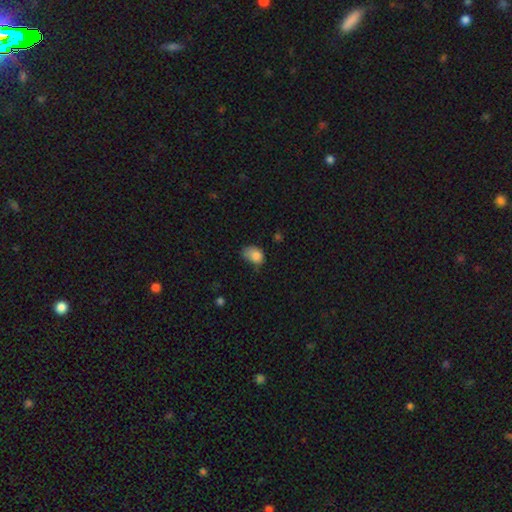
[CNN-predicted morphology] smooth_or_featured: smooth (p=0.82) [alt: star or artifact p=0.09]
how_rounded: in between (p=0.72) [alt: round p=0.27]
merging: minor disturbance (p=0.43) [alt: none p=0.32]